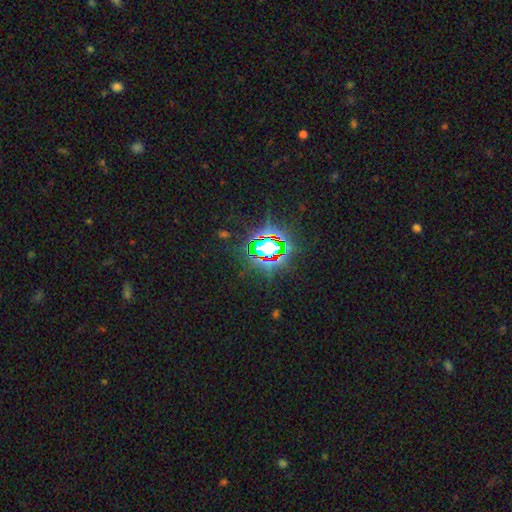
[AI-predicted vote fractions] A star or artifact, not a galaxy (80%).

Vote fractions:
- Smooth or featured? star or artifact: 80% / smooth: 11% / featured or disk: 8%